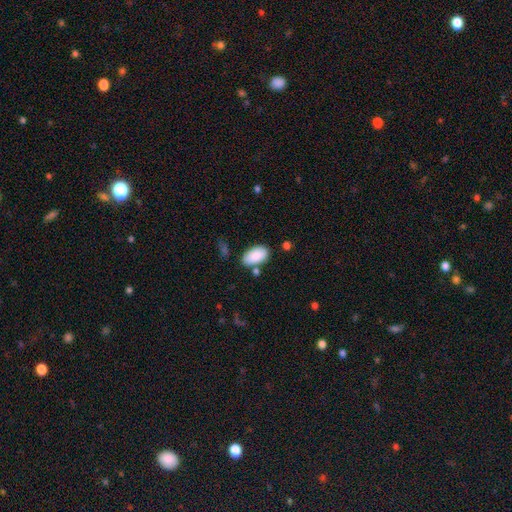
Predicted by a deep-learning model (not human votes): Smooth or featured?
  - smooth: 89% *
  - star or artifact: 6%
  - featured or disk: 5%
How rounded?
  - in between: 95% *
  - round: 3%
  - cigar-shaped: 2%
Merging?
  - none: 73% *
  - minor disturbance: 15%
  - merger: 9%
  - major disturbance: 4%